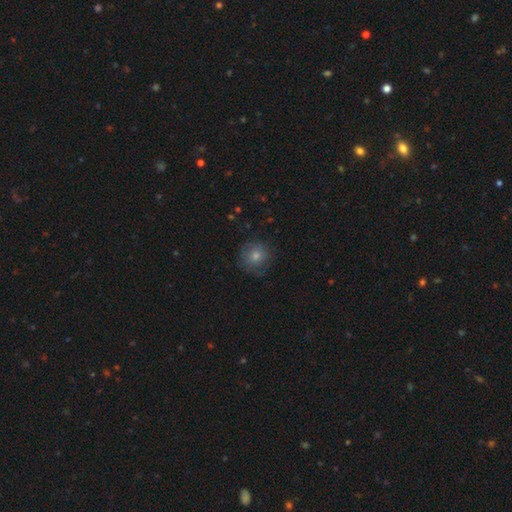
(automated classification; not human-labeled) smooth-or-featured: smooth: 59% | featured or disk: 25% | star or artifact: 15%
  how-rounded: round: 91% | in between: 8% | cigar-shaped: 1%
  merging: none: 79% | minor disturbance: 15% | major disturbance: 5% | merger: 1%